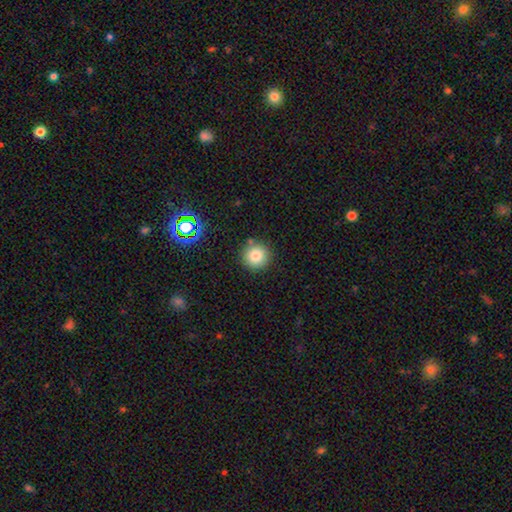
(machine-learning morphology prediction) type=smooth (81%); roundness=round (95%); merging=none (85%).